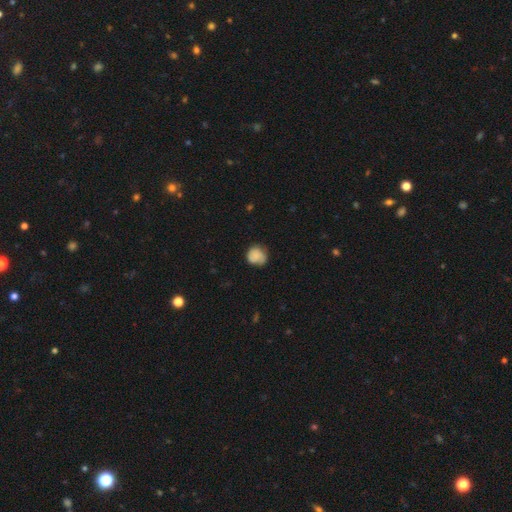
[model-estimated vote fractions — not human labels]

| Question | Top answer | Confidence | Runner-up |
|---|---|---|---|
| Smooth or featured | smooth | 75% | featured or disk (16%) |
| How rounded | round | 81% | in between (18%) |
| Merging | none | 60% | minor disturbance (30%) |